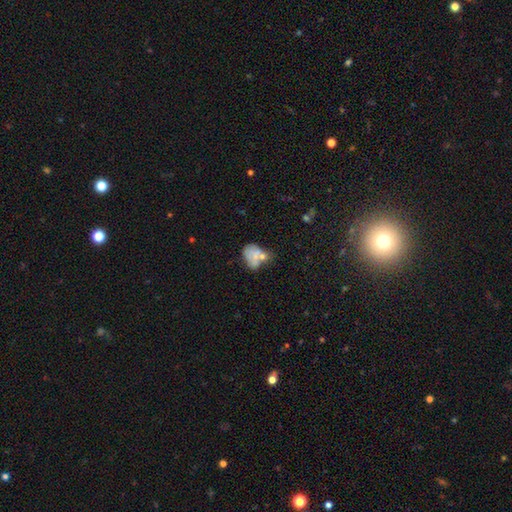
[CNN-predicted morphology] Smooth or featured? smooth (60%)
How rounded? in between (72%)
Merging? merger (37%)